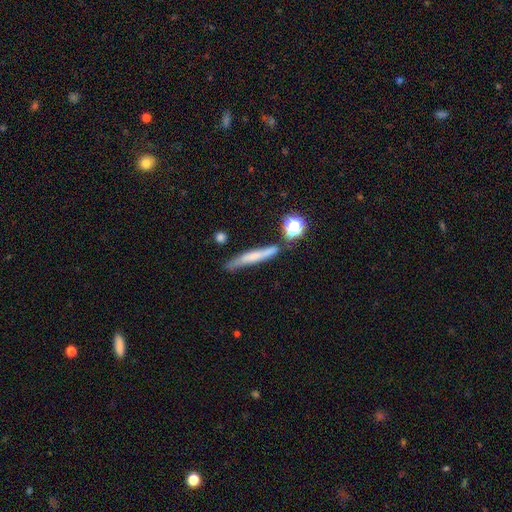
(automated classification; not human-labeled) smooth_or_featured: smooth (p=0.51) [alt: featured or disk p=0.37]
how_rounded: cigar-shaped (p=0.89) [alt: in between p=0.07]
merging: none (p=0.67) [alt: minor disturbance p=0.19]